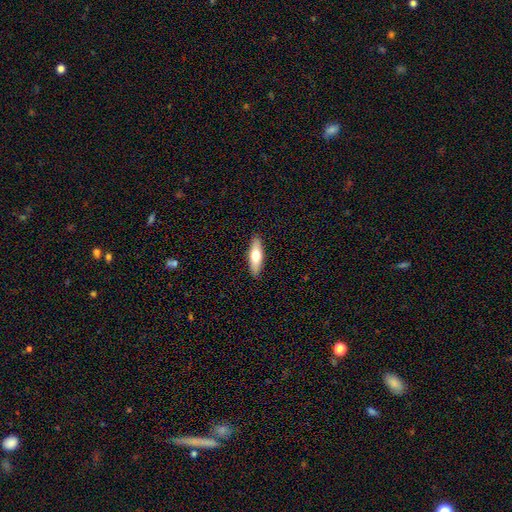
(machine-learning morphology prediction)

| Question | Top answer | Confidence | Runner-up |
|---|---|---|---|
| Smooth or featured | smooth | 64% | featured or disk (30%) |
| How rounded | in between | 50% | cigar-shaped (48%) |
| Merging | none | 89% | minor disturbance (8%) |